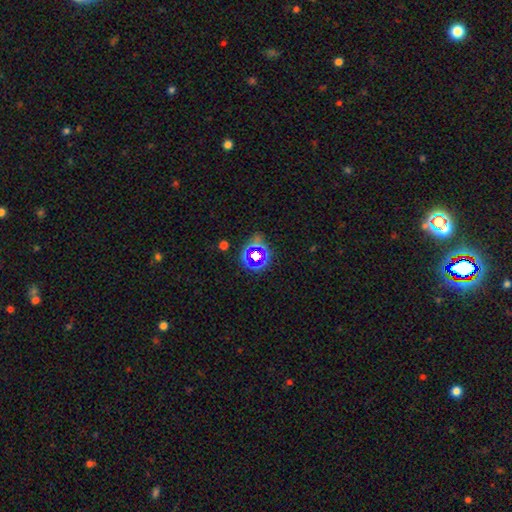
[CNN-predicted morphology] Smooth or featured? Predicted: star or artifact (p=0.54).